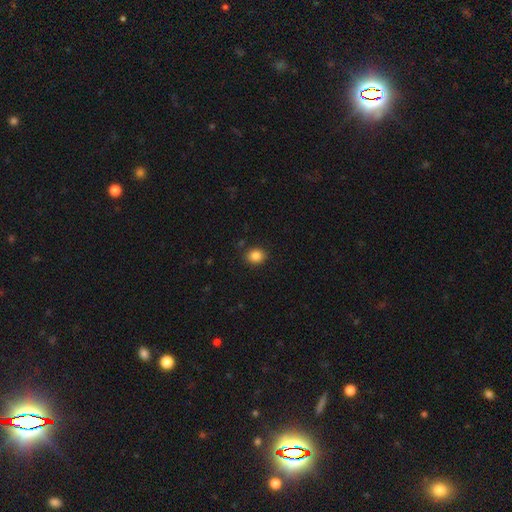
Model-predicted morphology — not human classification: This appears to be a smooth galaxy with no disk features (85%) that is round (67%). Merging: none (88%).